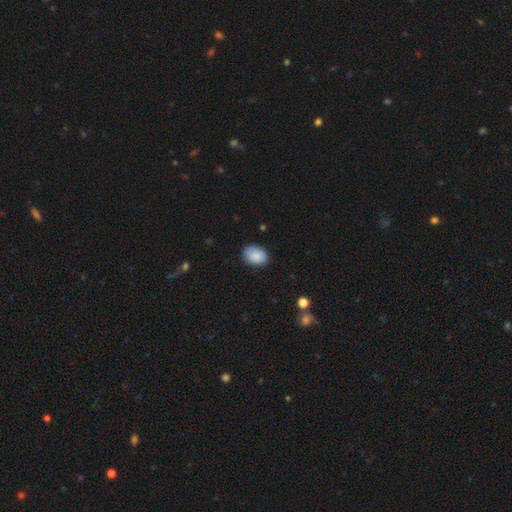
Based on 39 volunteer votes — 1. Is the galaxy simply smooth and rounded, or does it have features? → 87% smooth, 8% featured or disk, 5% star or artifact.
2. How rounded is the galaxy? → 85% in between, 15% round, 0% cigar-shaped.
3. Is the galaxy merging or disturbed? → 81% none, 14% minor disturbance, 3% major disturbance, 3% merger.